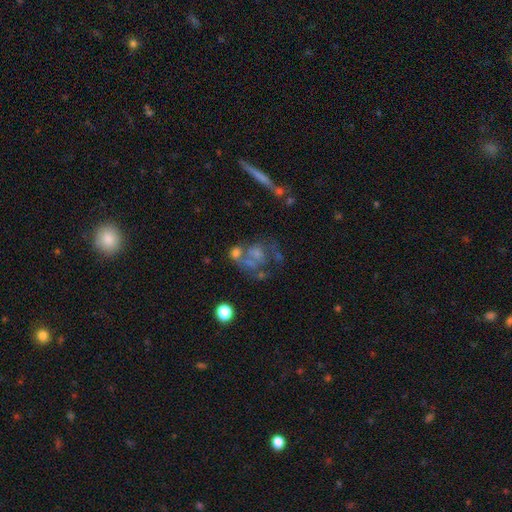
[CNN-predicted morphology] featured or disk 53%, smooth 30%, star or artifact 16%. Down the decision tree: edge-on disk — no (97%); bar — no (87%); spiral arms — no (73%); bulge size — none (56%); merging — none (32%).